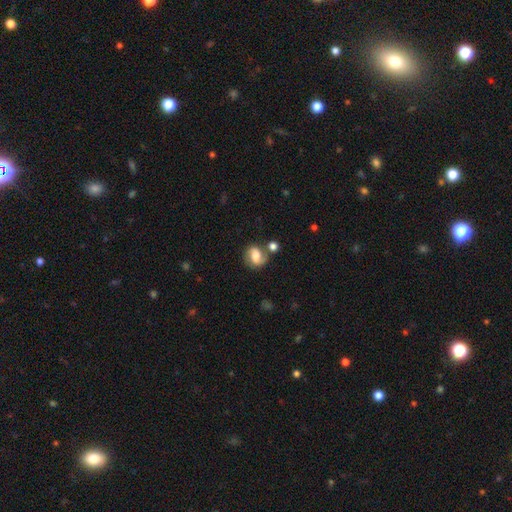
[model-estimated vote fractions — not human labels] Smooth or featured?
  - featured or disk: 46% *
  - smooth: 45%
  - star or artifact: 9%
Merging?
  - none: 55% *
  - minor disturbance: 19%
  - merger: 18%
  - major disturbance: 8%